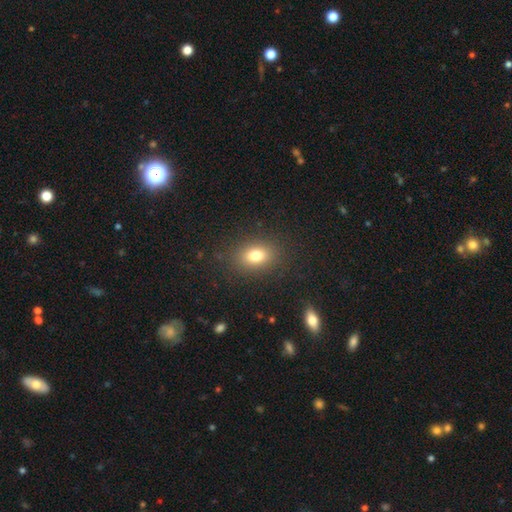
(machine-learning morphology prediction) Smooth or featured: smooth — 78% (star or artifact — 12%)
How rounded: in between — 71% (round — 27%)
Merging: none — 87% (minor disturbance — 8%)